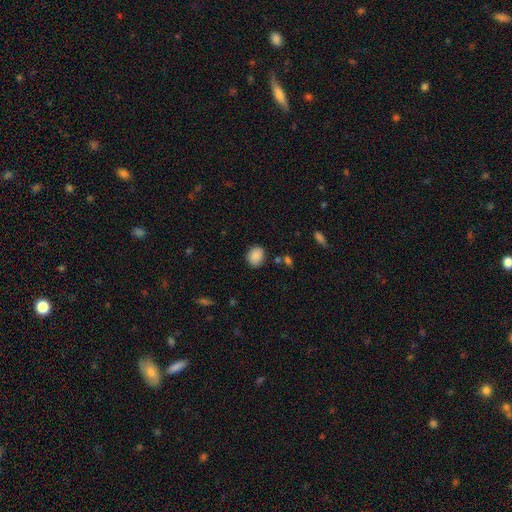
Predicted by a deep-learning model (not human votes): Smooth or featured? smooth (88%)
How rounded? round (58%)
Merging? none (85%)